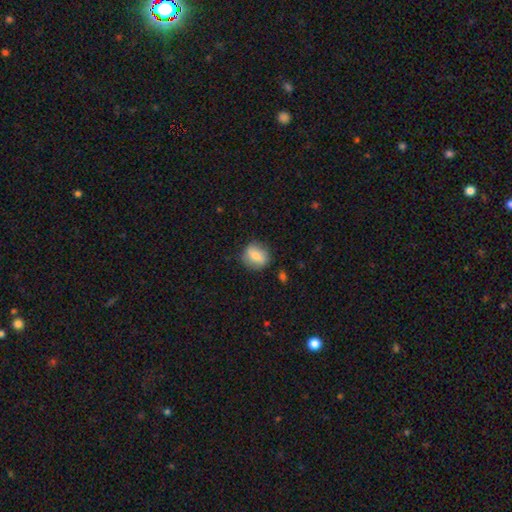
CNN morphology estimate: The model was most divided on "how rounded": round: 67%, in between: 31%, cigar-shaped: 2%. More confident: merging — none (80%); smooth or featured — smooth (69%).